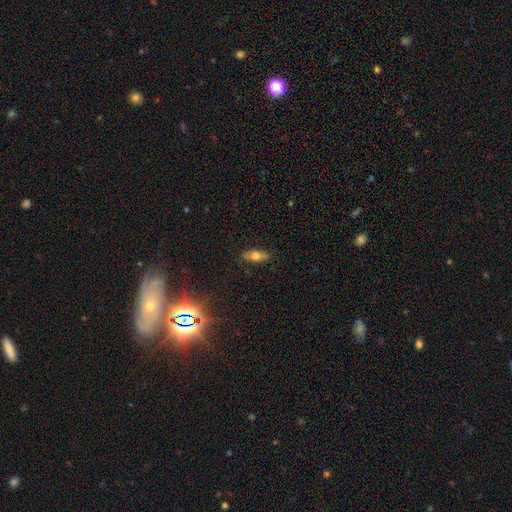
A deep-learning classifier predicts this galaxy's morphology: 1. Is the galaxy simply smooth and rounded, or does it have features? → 63% smooth, 29% featured or disk, 8% star or artifact.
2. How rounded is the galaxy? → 73% in between, 23% cigar-shaped, 4% round.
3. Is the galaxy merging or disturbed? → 85% none, 11% minor disturbance, 2% major disturbance, 1% merger.